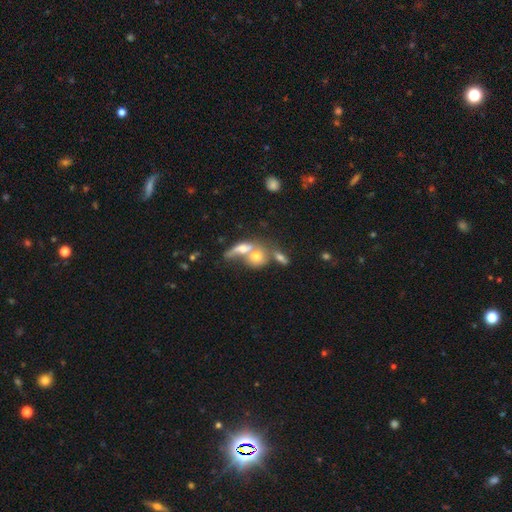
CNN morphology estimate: Overall: smooth (54%; featured or disk 32%). How rounded: round (50%; in between 43%). Merging: merger (65%).